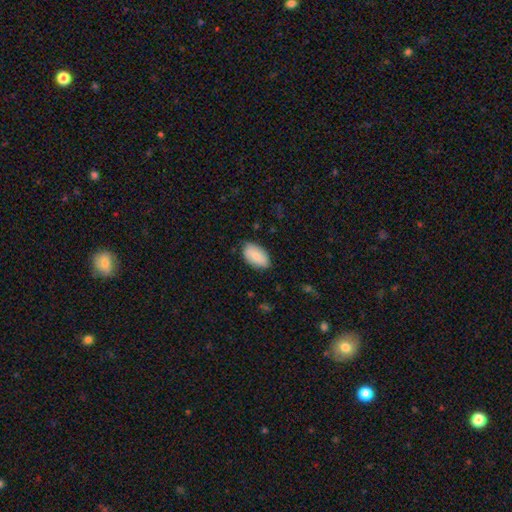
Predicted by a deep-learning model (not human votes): smooth-or-featured: smooth: 78% | featured or disk: 16% | star or artifact: 6%
  how-rounded: in between: 94% | round: 4% | cigar-shaped: 2%
  merging: none: 80% | minor disturbance: 16% | major disturbance: 3% | merger: 1%